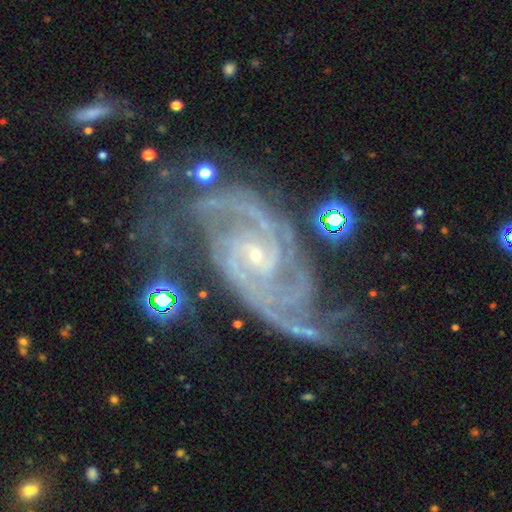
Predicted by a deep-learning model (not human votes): A featured or disk galaxy (93%) with no bar (53%), 2 (71%) tight (49%) spiral arms (99%) and a small central bulge (83%). Merging: none (63%).